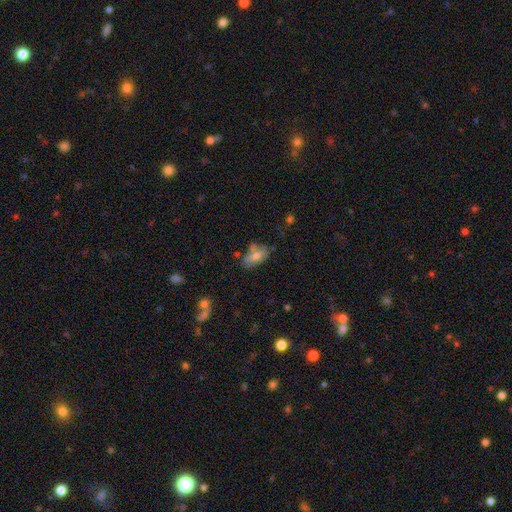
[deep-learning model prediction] Morphology: type=smooth (62%); roundness=in between (89%); merging=none (57%).